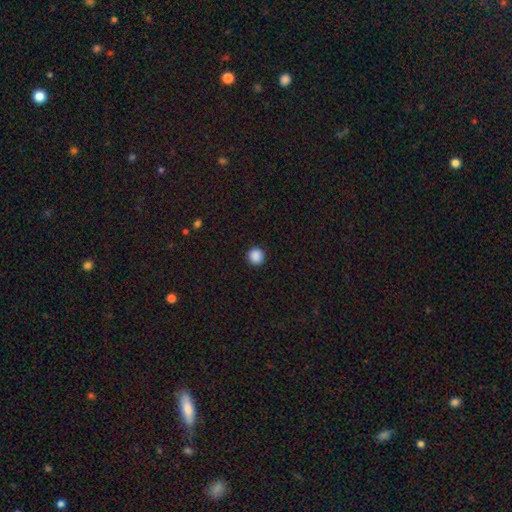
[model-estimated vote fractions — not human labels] smooth_or_featured: smooth (p=0.89) [alt: star or artifact p=0.09]
how_rounded: round (p=0.95) [alt: in between p=0.04]
merging: none (p=0.93) [alt: minor disturbance p=0.05]